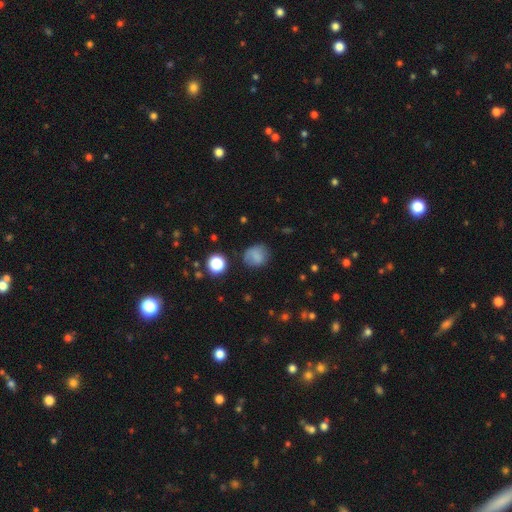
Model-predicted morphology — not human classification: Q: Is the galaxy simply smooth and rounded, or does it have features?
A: smooth — 77%.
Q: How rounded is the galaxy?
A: round — 73%.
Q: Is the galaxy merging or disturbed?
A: none — 69%.